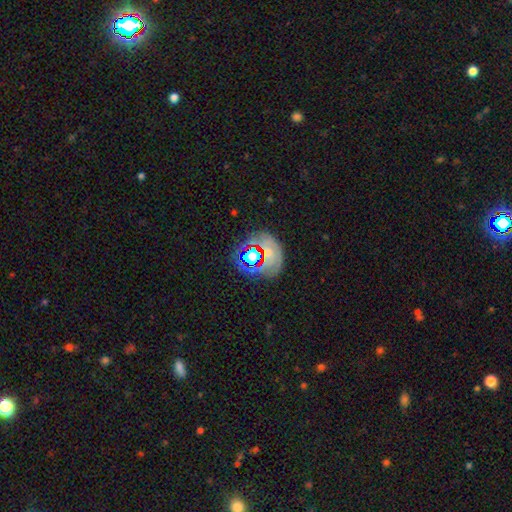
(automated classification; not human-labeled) Smooth or featured: star or artifact — 39% (smooth — 36%)